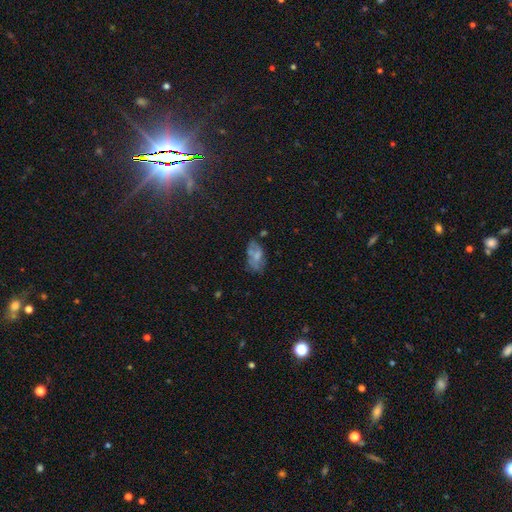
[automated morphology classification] A smooth galaxy with no disk features (50%) that is in between round and cigar-shaped (91%).

Vote fractions:
- Smooth or featured? smooth: 50% / featured or disk: 37% / star or artifact: 12%
- How rounded? in between: 91% / round: 6% / cigar-shaped: 3%
- Merging? none: 49% / minor disturbance: 27% / major disturbance: 16% / merger: 7%